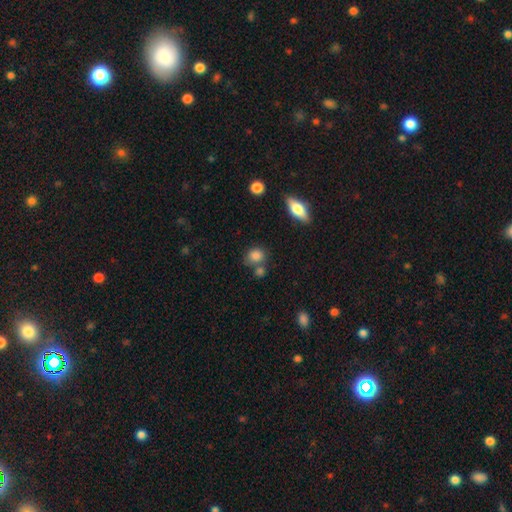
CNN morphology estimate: Smooth or featured? smooth (82%)
How rounded? round (59%)
Merging? none (60%)